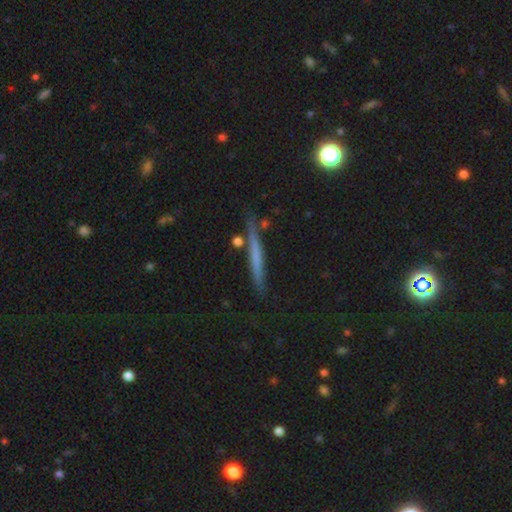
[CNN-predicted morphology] This appears to be a smooth galaxy with no disk features (49%). Merging: none (85%).